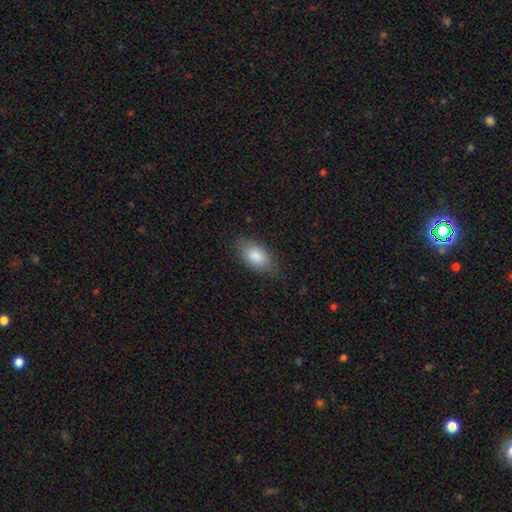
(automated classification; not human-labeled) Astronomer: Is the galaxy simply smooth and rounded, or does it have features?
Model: smooth — 84%.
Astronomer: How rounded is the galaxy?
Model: in between — 91%.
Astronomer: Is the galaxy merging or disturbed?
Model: none — 79%.